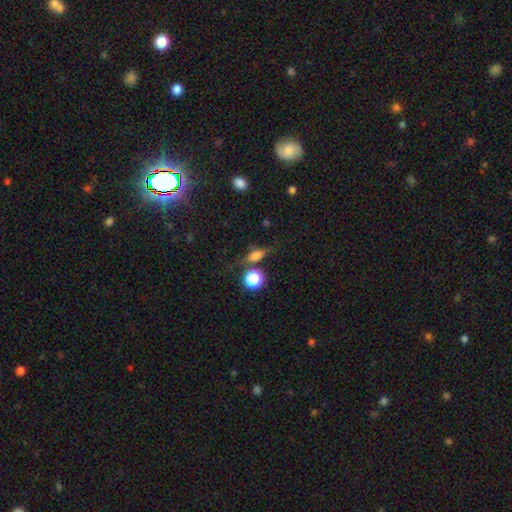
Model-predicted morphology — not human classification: A smooth galaxy with no disk features (62%) that is in between round and cigar-shaped (52%). Merging: none (65%).